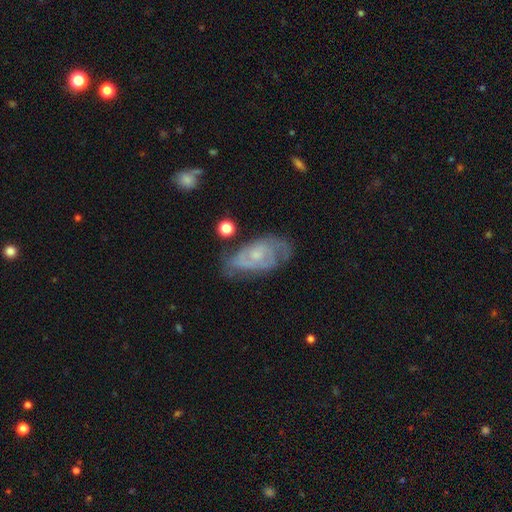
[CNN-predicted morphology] Overall: featured or disk (76%). Edge-on disk: no (95%). Bar: no (68%; weak 28%). Spiral arms: yes (87%). Spiral arm count: 2 (47%; can't tell 33%). Spiral winding: tight (52%; medium 37%). Bulge size: small (61%; moderate 28%). Merging: none (60%; minor disturbance 26%).